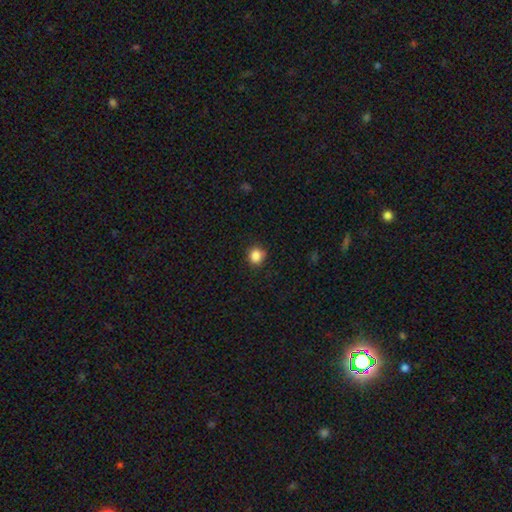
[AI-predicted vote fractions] A smooth galaxy with no disk features (85%) that is round (89%). Merging: none (88%).